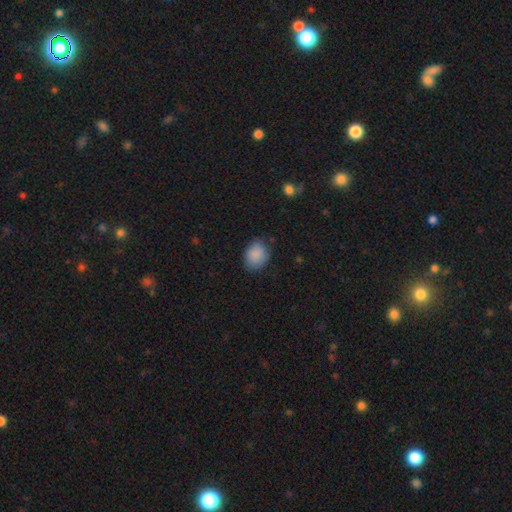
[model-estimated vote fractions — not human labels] Smooth or featured: smooth — 88% (star or artifact — 7%)
How rounded: in between — 53% (round — 46%)
Merging: none — 75% (minor disturbance — 20%)